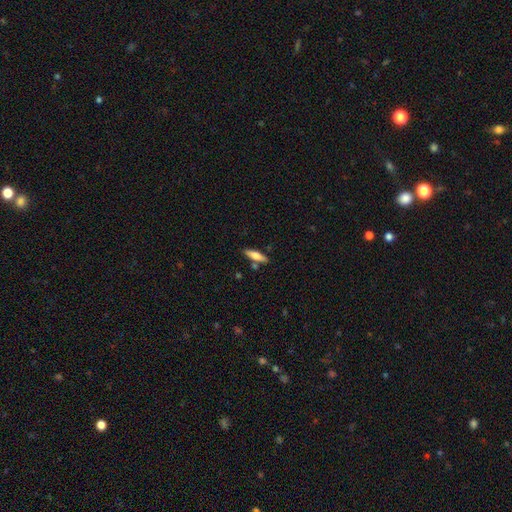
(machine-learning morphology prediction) A smooth galaxy with no disk features (69%) that is cigar-shaped (64%). Merging: none (79%).